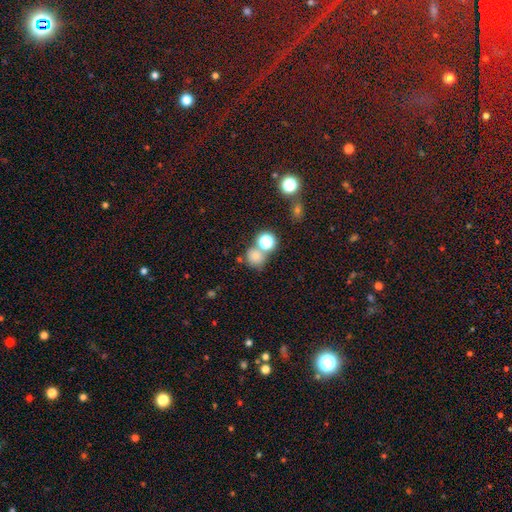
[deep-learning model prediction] Smooth or featured? smooth (73%)
How rounded? round (84%)
Merging? none (56%)